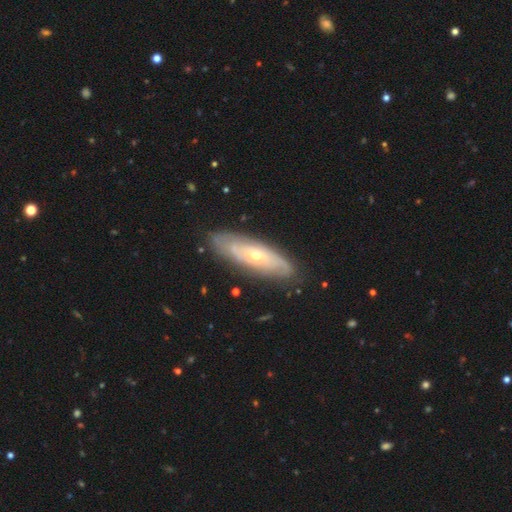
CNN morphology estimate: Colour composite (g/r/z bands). It shows a featured or disk galaxy (70%) with no bar (81%), spiral arms (69%) and a small central bulge (62%). Merging: none (83%).